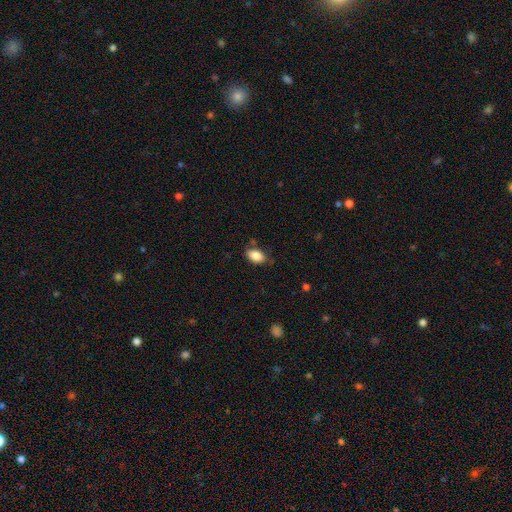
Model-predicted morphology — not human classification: The model was most divided on "merging": none: 76%, minor disturbance: 17%, major disturbance: 4%, merger: 3%. More confident: how rounded — in between (89%); smooth or featured — smooth (86%).